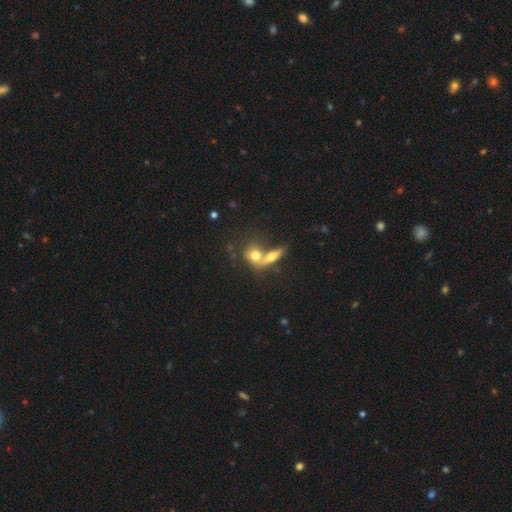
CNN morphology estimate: smooth_or_featured: smooth (p=0.55) [alt: featured or disk p=0.31]
how_rounded: round (p=0.49) [alt: in between p=0.39]
merging: merger (p=0.58) [alt: none p=0.28]